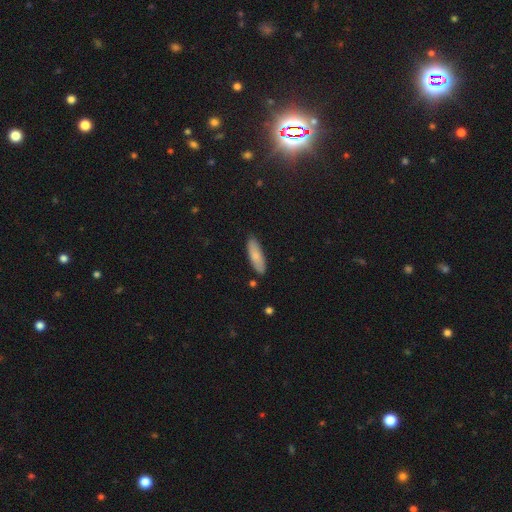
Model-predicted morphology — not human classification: A smooth galaxy with no disk features (77%) that is in between round and cigar-shaped (52%). Merging: none (85%).